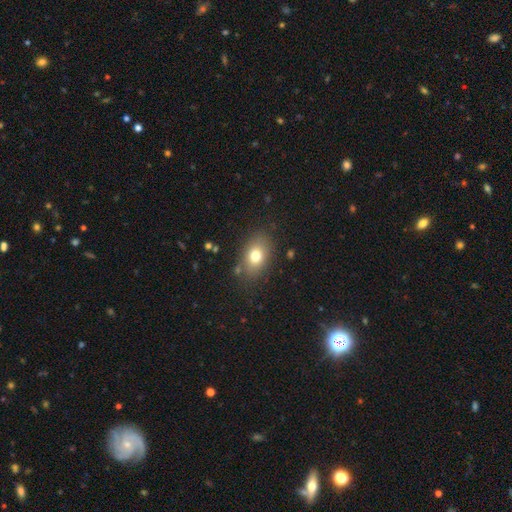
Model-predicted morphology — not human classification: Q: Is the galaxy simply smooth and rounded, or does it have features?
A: smooth — 77%.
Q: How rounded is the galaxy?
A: in between — 79%.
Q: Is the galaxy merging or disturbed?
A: none — 79%.